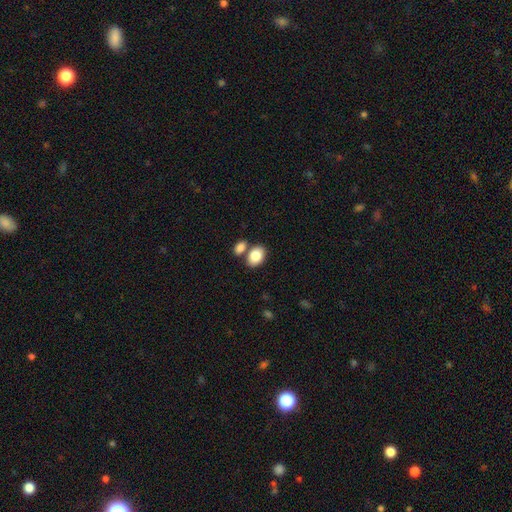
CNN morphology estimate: Q: Smooth or featured?
A: smooth (86%); runner-up: featured or disk (7%)
Q: How rounded?
A: in between (83%); runner-up: round (16%)
Q: Merging?
A: none (57%); runner-up: merger (30%)